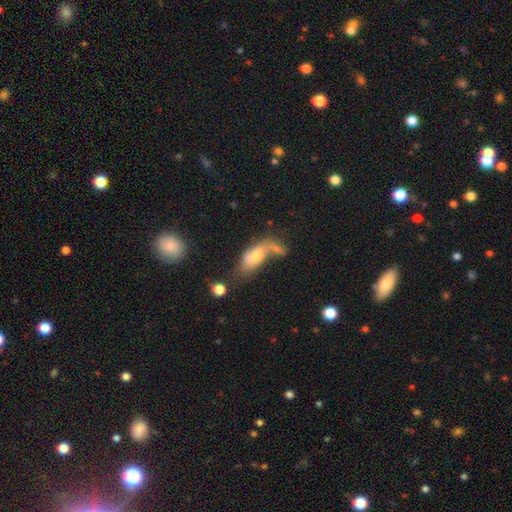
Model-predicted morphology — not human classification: This appears to be a smooth galaxy with no disk features (51%) that is in between round and cigar-shaped (77%). Merging: merger (31%).